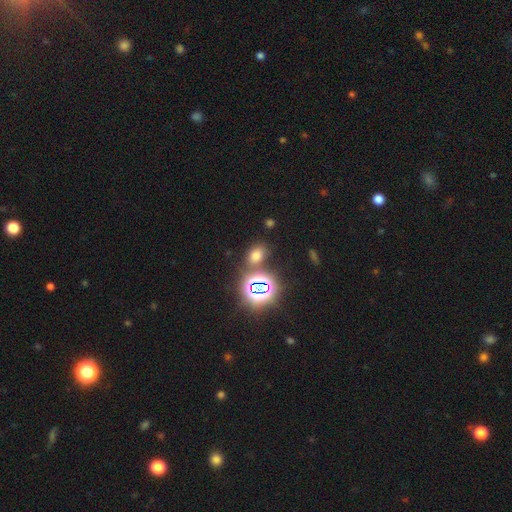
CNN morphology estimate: Smooth or featured: smooth — 60% (star or artifact — 33%)
How rounded: in between — 69% (round — 29%)
Merging: none — 76% (minor disturbance — 10%)